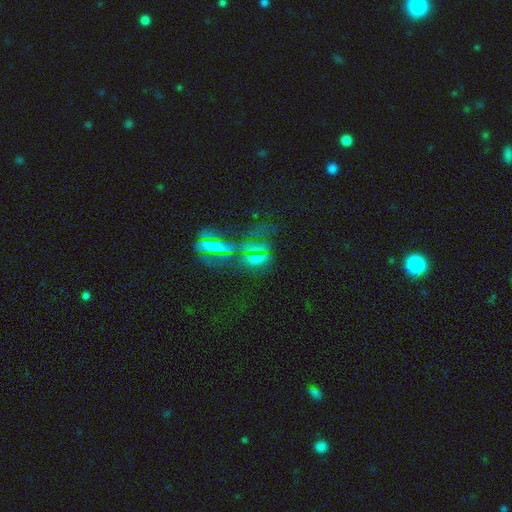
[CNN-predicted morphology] This is possibly a star or artifact rather than a galaxy (58%).